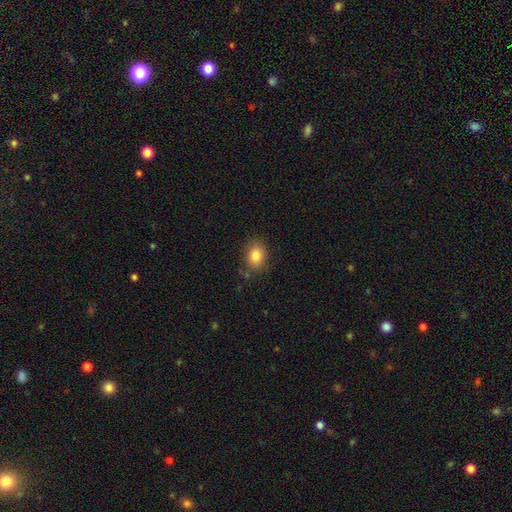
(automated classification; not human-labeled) Morphology: type=smooth (83%); roundness=in between (51%); merging=none (80%).